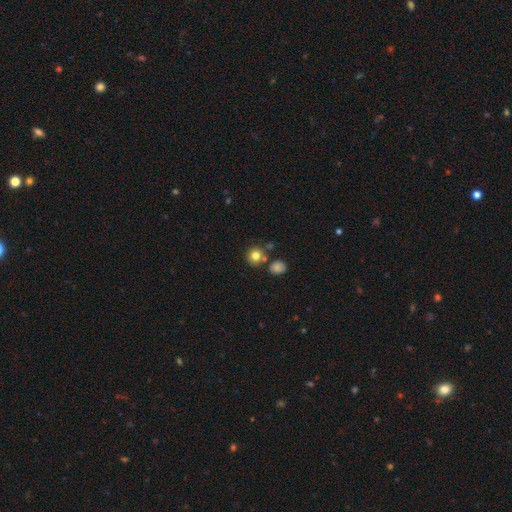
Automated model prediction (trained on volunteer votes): A smooth galaxy with no disk features (80%) that is round (89%). Merging: none (73%).